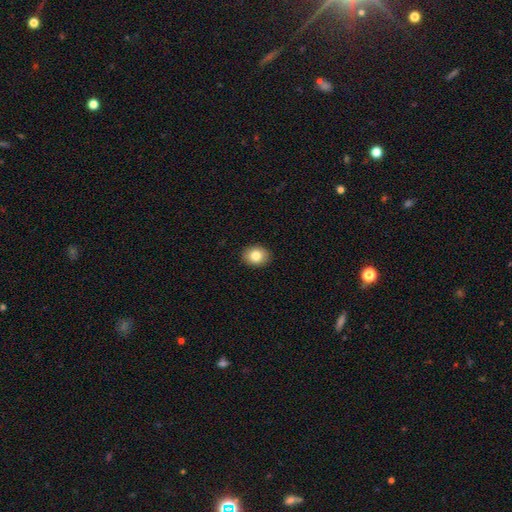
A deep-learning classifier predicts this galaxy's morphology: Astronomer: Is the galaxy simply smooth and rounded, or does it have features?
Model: smooth — 83%.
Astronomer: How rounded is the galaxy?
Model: in between — 50% (runner-up: round, 49%).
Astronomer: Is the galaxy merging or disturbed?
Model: none — 91%.